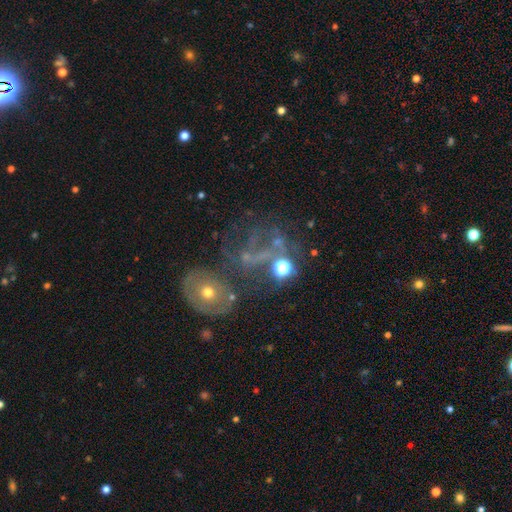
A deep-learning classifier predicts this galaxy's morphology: This is marginally a featured or disk galaxy (43%). Merging: marginally none (37%).